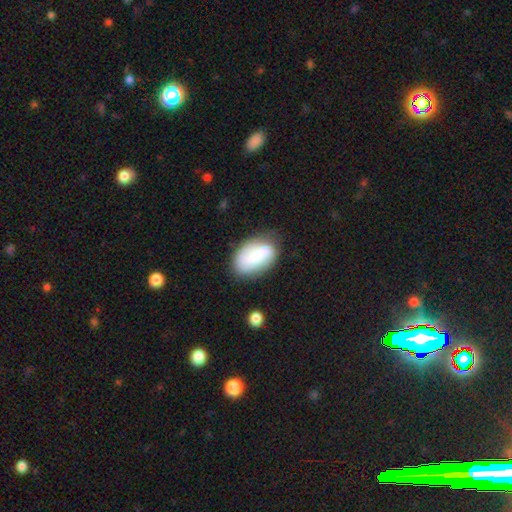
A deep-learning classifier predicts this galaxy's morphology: A smooth galaxy with no disk features (55%) that is in between round and cigar-shaped (90%). Merging: none (66%).